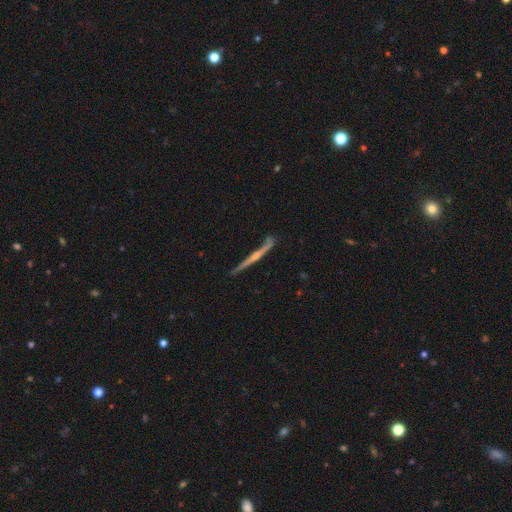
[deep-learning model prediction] Overall: featured or disk (74%). Edge-on disk: yes (97%). Edge-on bulge: rounded (63%; none 29%). Merging: none (79%).